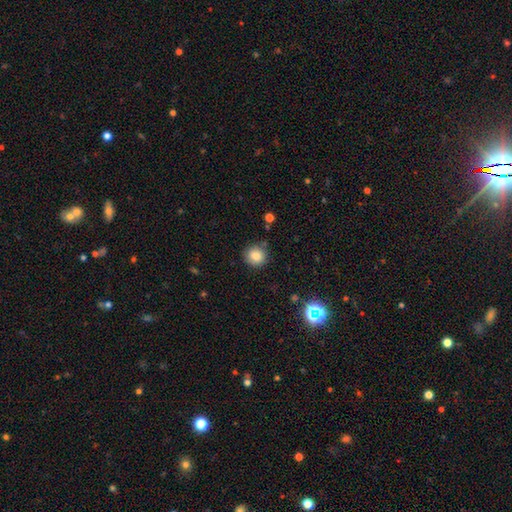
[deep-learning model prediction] smooth-or-featured: smooth: 84% | star or artifact: 11% | featured or disk: 6%
  how-rounded: round: 92% | in between: 8% | cigar-shaped: 1%
  merging: none: 86% | minor disturbance: 9% | merger: 3% | major disturbance: 2%